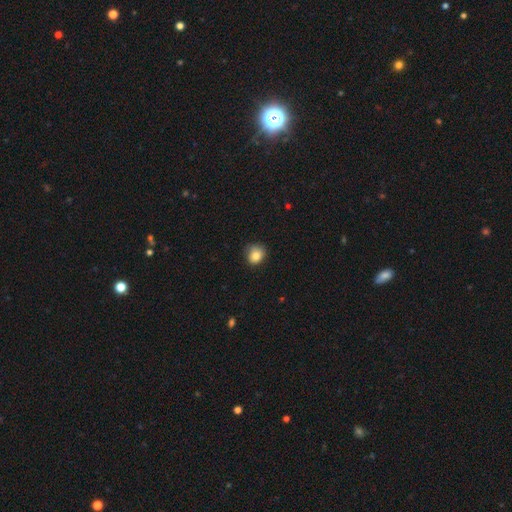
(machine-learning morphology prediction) A smooth galaxy with no disk features (81%) that is round (77%).

Vote fractions:
- Smooth or featured? smooth: 81% / star or artifact: 11% / featured or disk: 9%
- How rounded? round: 77% / in between: 22% / cigar-shaped: 1%
- Merging? none: 73% / minor disturbance: 22% / major disturbance: 4% / merger: 1%